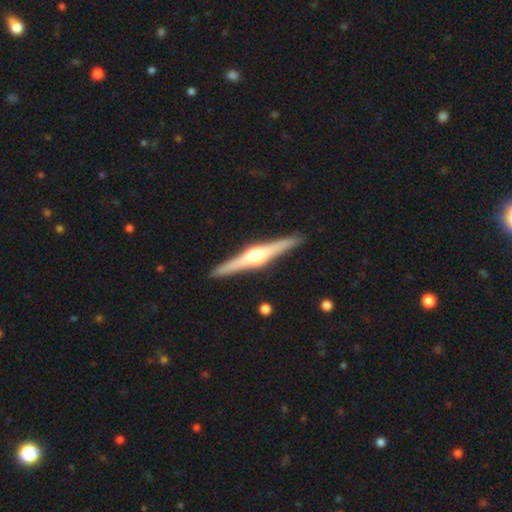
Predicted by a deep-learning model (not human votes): The model was most divided on "smooth or featured": featured or disk: 79%, smooth: 16%, star or artifact: 5%. More confident: edge-on disk — yes (98%); edge-on bulge — rounded (93%); merging — none (91%).